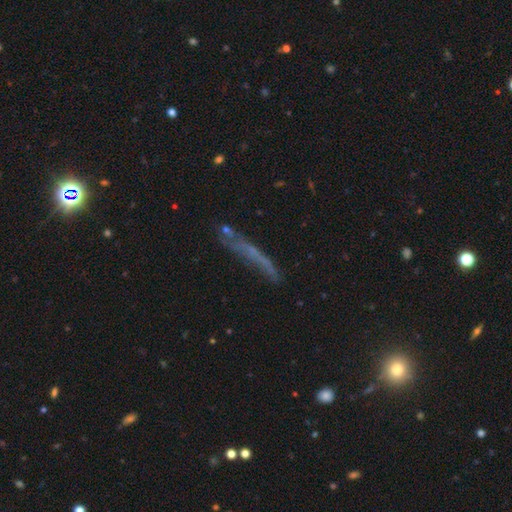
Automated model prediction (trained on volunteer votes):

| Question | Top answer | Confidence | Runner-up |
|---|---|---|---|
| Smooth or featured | smooth | 44% | featured or disk (40%) |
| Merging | none | 52% | minor disturbance (23%) |